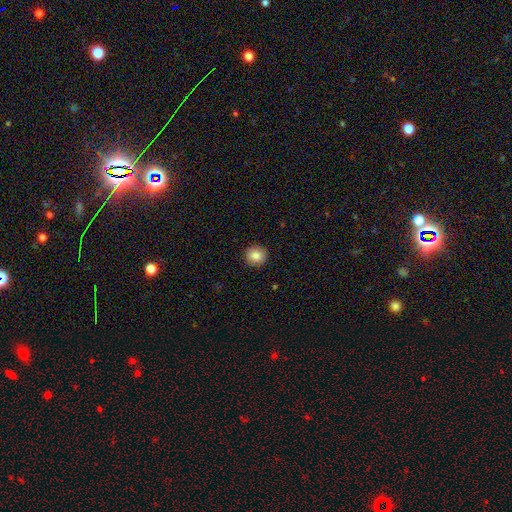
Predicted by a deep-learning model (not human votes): This is clearly a smooth galaxy (84%). How rounded: clearly round (93%). Merging: clearly none (92%).